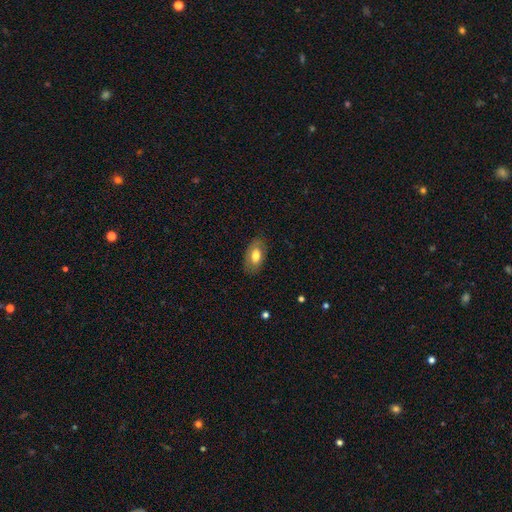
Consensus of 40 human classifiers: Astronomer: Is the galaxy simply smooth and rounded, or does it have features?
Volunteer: smooth — 70%.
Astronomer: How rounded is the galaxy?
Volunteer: in between — 96%.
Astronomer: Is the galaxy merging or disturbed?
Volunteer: none — 85%.